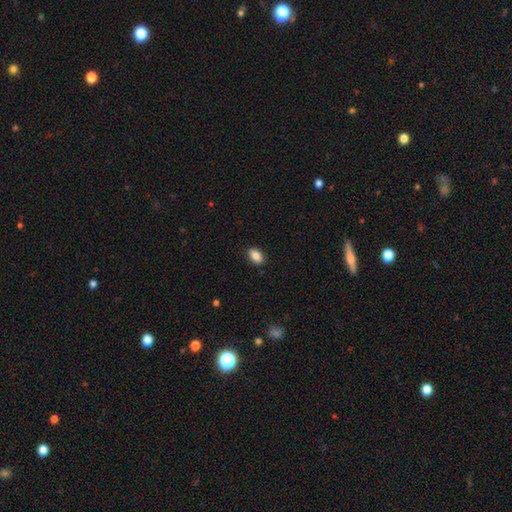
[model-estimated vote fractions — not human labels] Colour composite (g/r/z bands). It shows a smooth galaxy with no disk features (86%) that is in between round and cigar-shaped (90%). Merging: none (88%).